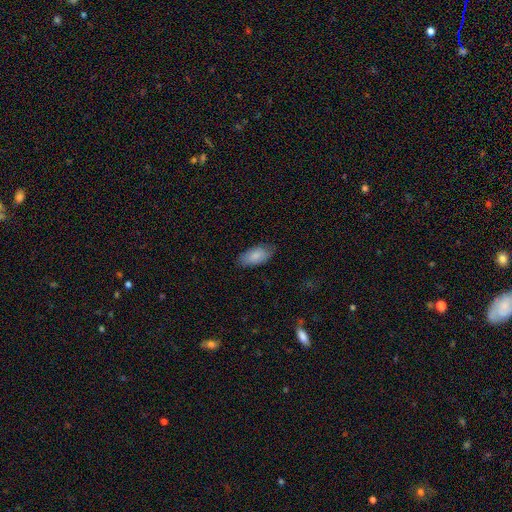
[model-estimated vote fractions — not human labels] smooth-or-featured: smooth: 84% | featured or disk: 10% | star or artifact: 6%
  how-rounded: in between: 92% | cigar-shaped: 5% | round: 2%
  merging: none: 79% | minor disturbance: 17% | major disturbance: 3% | merger: 1%